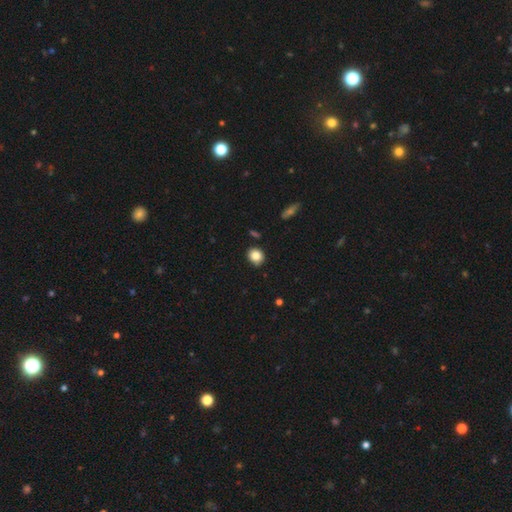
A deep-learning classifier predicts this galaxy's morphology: This is clearly a smooth galaxy (84%). How rounded: likely round (74%). Merging: clearly none (84%).